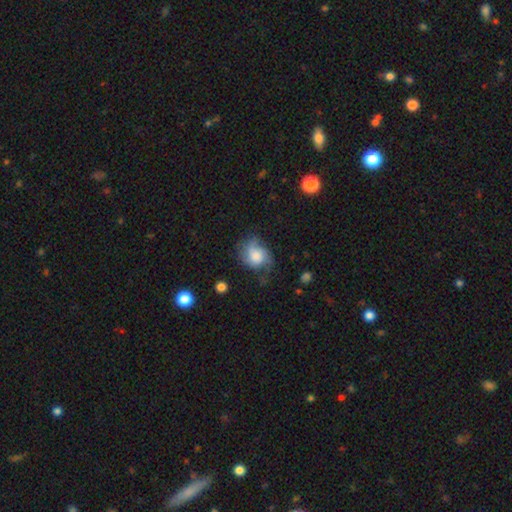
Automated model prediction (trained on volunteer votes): A smooth galaxy with no disk features (53%) that is round (55%). Merging: none (46%).